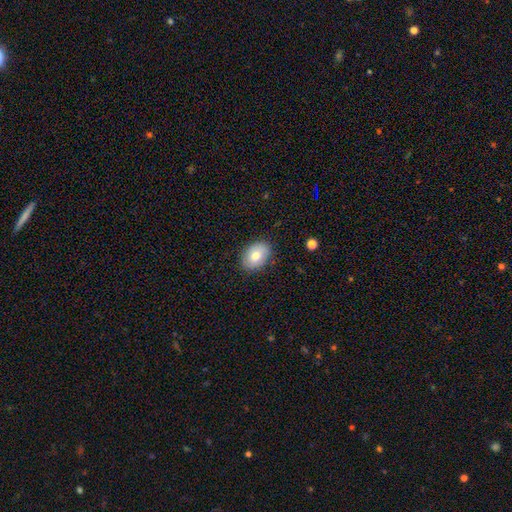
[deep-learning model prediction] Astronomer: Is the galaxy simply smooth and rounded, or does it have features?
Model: smooth — 76%.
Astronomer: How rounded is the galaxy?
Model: in between — 79%.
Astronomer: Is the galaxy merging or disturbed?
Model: none — 85%.